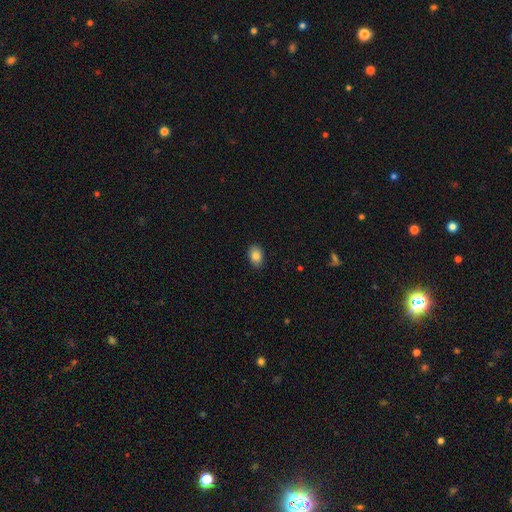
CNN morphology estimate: Smooth or featured: smooth — 85% (star or artifact — 8%)
How rounded: in between — 86% (round — 13%)
Merging: none — 88% (minor disturbance — 9%)